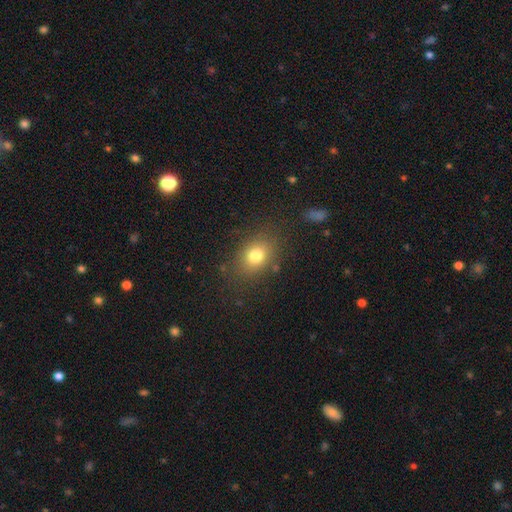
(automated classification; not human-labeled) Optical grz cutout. It shows a smooth galaxy with no disk features (78%) that is in between round and cigar-shaped (62%). Merging: none (81%).